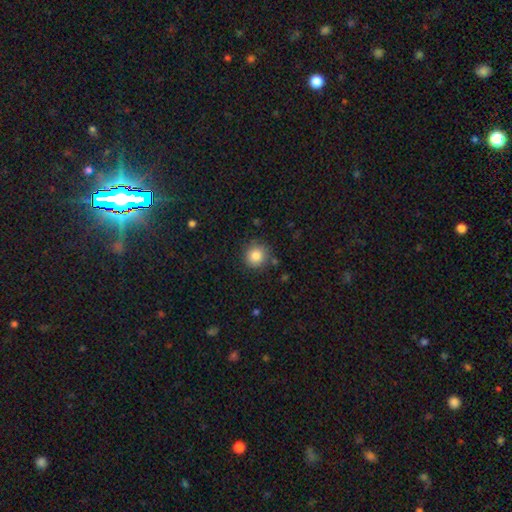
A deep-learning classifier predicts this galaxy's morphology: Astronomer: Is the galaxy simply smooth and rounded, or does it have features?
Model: smooth — 85%.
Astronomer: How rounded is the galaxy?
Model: round — 91%.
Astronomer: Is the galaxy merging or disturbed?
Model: none — 84%.